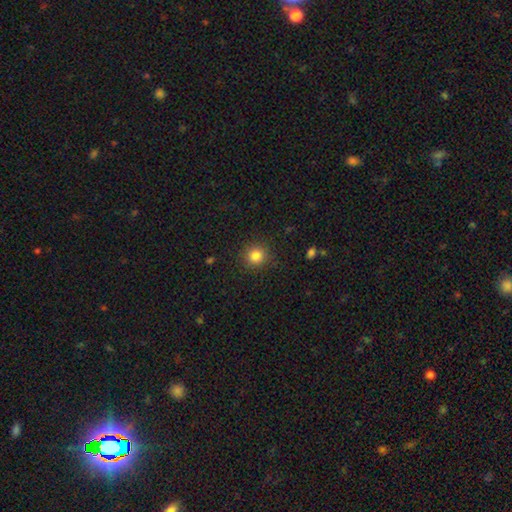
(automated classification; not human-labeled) The model was most divided on "smooth or featured": smooth: 83%, star or artifact: 12%, featured or disk: 5%. More confident: how rounded — round (93%); merging — none (90%).